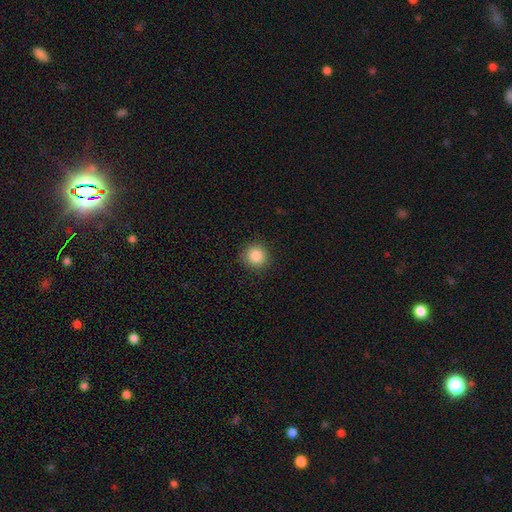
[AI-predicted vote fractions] Smooth or featured? Predicted: smooth (p=0.87). How rounded? Predicted: round (p=0.92). Merging? Predicted: none (p=0.89).